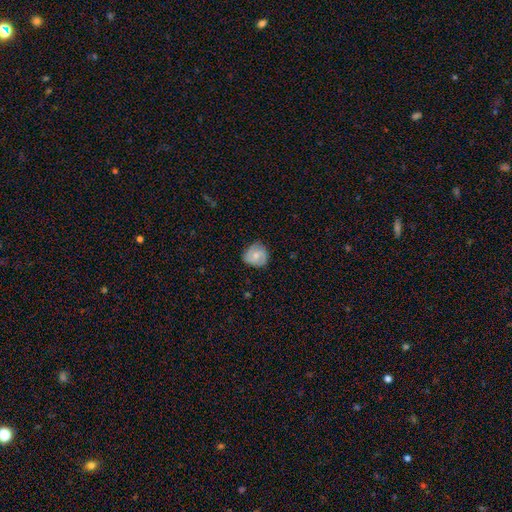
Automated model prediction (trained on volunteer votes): Q: Smooth or featured?
A: smooth (60%); runner-up: featured or disk (33%)
Q: How rounded?
A: round (80%); runner-up: in between (19%)
Q: Merging?
A: none (67%); runner-up: minor disturbance (26%)